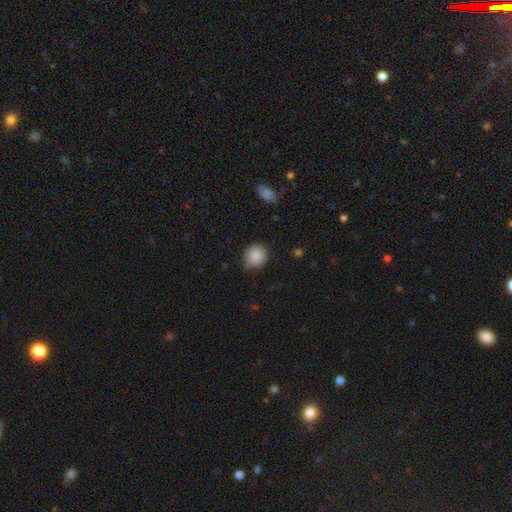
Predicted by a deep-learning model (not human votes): This is clearly a smooth galaxy (86%). How rounded: clearly round (87%). Merging: likely none (70%).